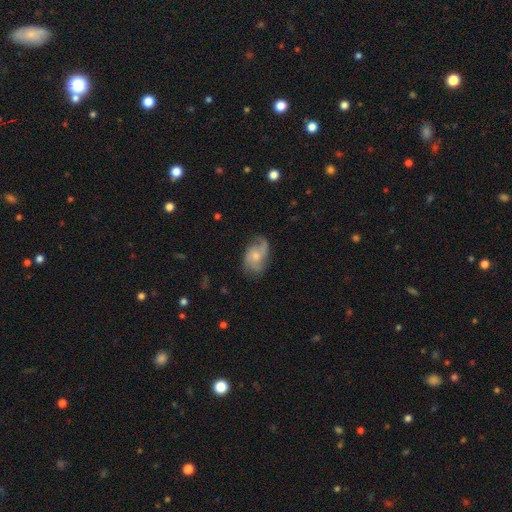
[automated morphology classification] This is likely a featured or disk galaxy (67%). It is clearly not viewed edge-on (97%). Bar: likely no (69%). Spiral arm pattern: clearly yes (90%). Spiral arm count: possibly 2 (46%). Spiral winding: marginally medium (43%). Central bulge: possibly moderate (46%). Merging: likely none (63%).